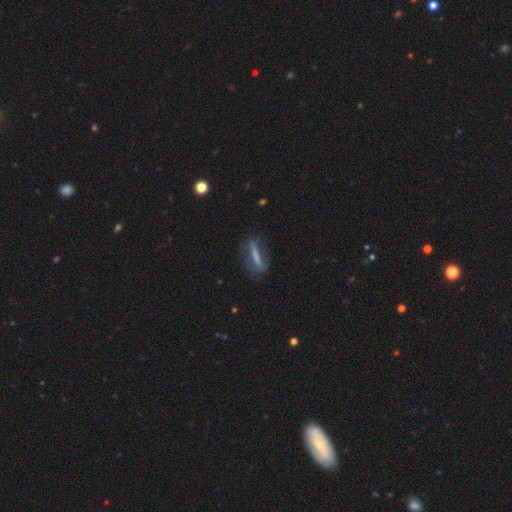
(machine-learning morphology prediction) This is possibly a featured or disk galaxy (50%). Merging: likely none (68%).